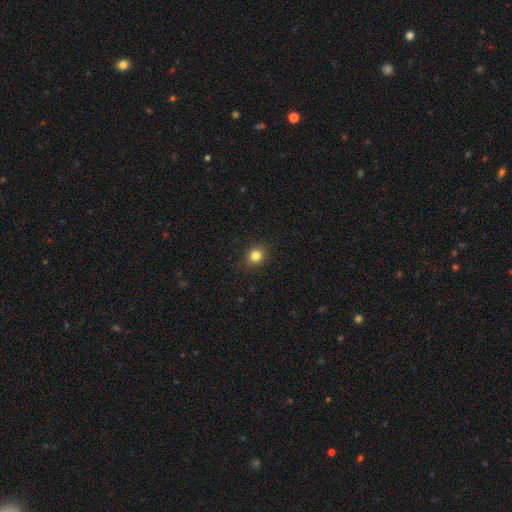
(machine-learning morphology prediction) smooth 83%, star or artifact 12%, featured or disk 5%. Down the decision tree: how rounded — round (79%); merging — none (90%).